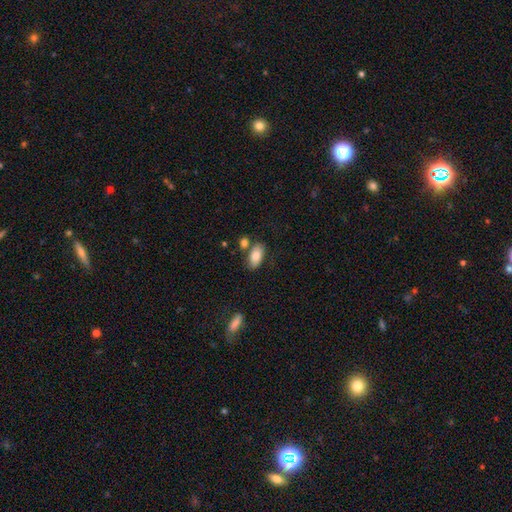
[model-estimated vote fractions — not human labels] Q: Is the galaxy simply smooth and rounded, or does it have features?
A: smooth — 81%.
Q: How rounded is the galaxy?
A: in between — 92%.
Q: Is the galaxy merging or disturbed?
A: none — 68%.